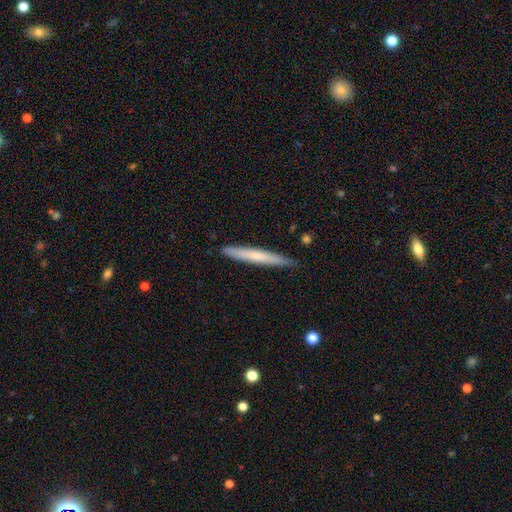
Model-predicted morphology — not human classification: type=smooth (60%); roundness=cigar-shaped (96%); merging=none (87%).